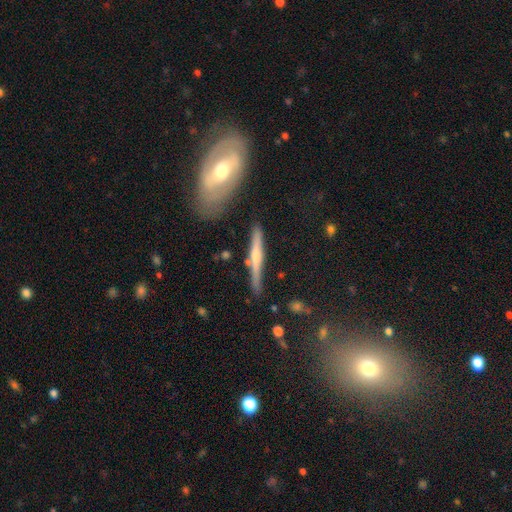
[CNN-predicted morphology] This appears to be a featured or disk galaxy (59%) viewed edge-on (96%) with a rounded central bulge (63%). Merging: none (80%).